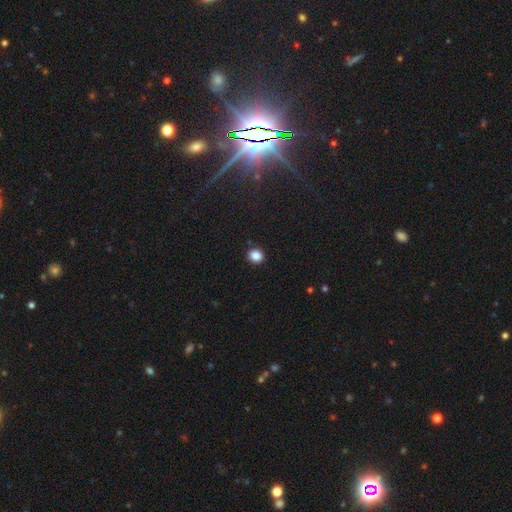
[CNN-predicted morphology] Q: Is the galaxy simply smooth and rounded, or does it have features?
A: smooth — 85%.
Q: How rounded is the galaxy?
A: round — 79%.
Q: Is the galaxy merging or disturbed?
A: none — 91%.